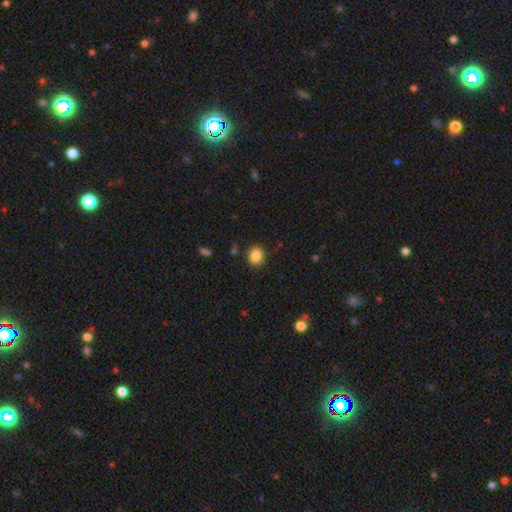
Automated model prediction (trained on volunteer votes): Q: Smooth or featured?
A: smooth (87%); runner-up: star or artifact (10%)
Q: How rounded?
A: round (70%); runner-up: in between (29%)
Q: Merging?
A: none (84%); runner-up: minor disturbance (11%)